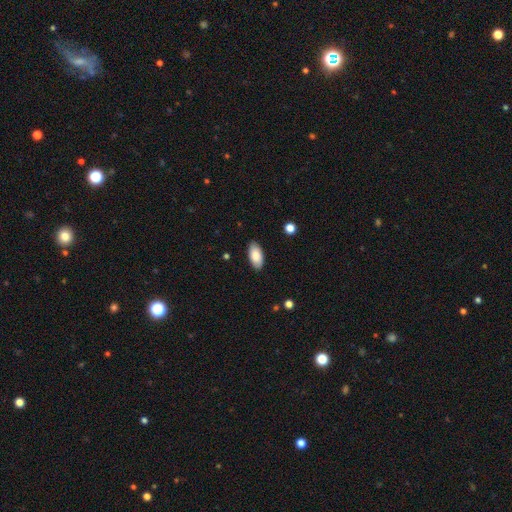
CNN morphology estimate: type=smooth (86%); roundness=in between (94%); merging=none (87%).